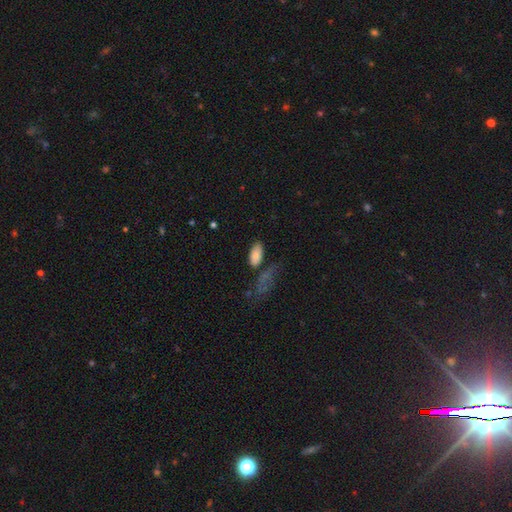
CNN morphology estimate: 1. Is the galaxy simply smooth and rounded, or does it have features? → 82% smooth, 10% featured or disk, 8% star or artifact.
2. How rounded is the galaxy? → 91% in between, 6% cigar-shaped, 3% round.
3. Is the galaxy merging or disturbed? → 64% none, 18% minor disturbance, 10% merger, 8% major disturbance.